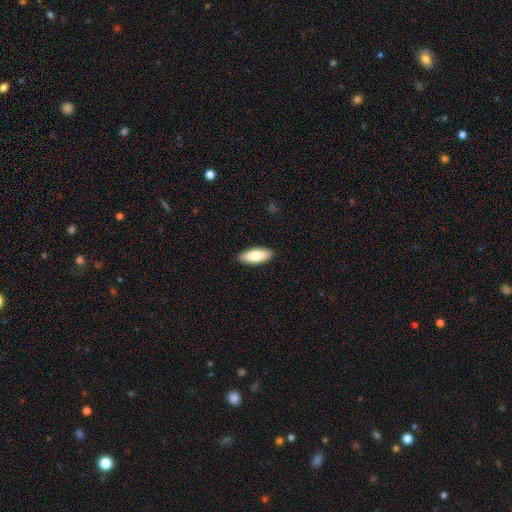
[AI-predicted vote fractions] Smooth or featured? smooth (84%)
How rounded? in between (77%)
Merging? none (90%)